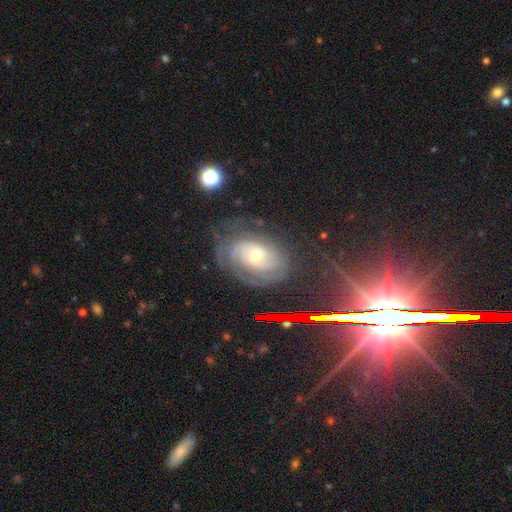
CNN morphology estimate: A featured or disk galaxy (77%) with no bar (66%), tight (71%) spiral arms (91%) and a moderate central bulge (56%).

Vote fractions:
- Smooth or featured? featured or disk: 77% / star or artifact: 12% / smooth: 11%
- Edge-on disk? no: 96% / yes: 4%
- Bar? no: 66% / weak: 26% / strong: 8%
- Spiral arms? yes: 91% / no: 9%
- Spiral winding? tight: 71% / medium: 22% / loose: 7%
- Spiral arm count? can't tell: 44% / 2: 26% / 3: 13% / 1: 6% / 4: 6% / more than 4: 5%
- Bulge size? moderate: 56% / small: 38% / large: 3% / none: 1% / dominant: 1%
- Merging? none: 68% / minor disturbance: 19% / major disturbance: 11% / merger: 2%